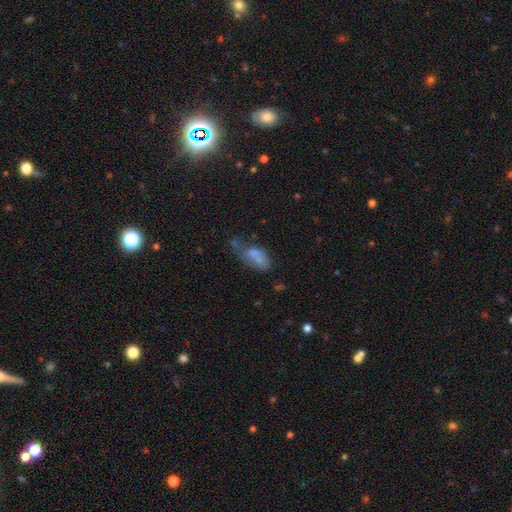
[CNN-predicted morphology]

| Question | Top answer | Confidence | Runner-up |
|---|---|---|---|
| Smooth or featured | smooth | 66% | featured or disk (23%) |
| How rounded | in between | 87% | cigar-shaped (7%) |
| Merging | merger | 30% | none (27%) |